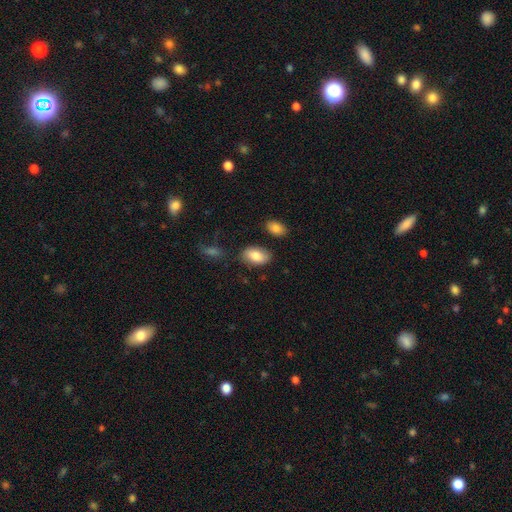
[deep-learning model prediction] This is clearly a smooth galaxy (83%). How rounded: clearly in between (93%). Merging: likely none (79%).